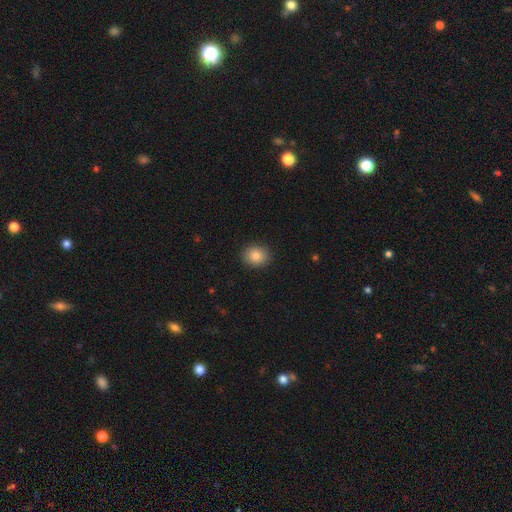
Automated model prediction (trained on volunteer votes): This is clearly a smooth galaxy (85%). How rounded: likely round (62%). Merging: clearly none (90%).